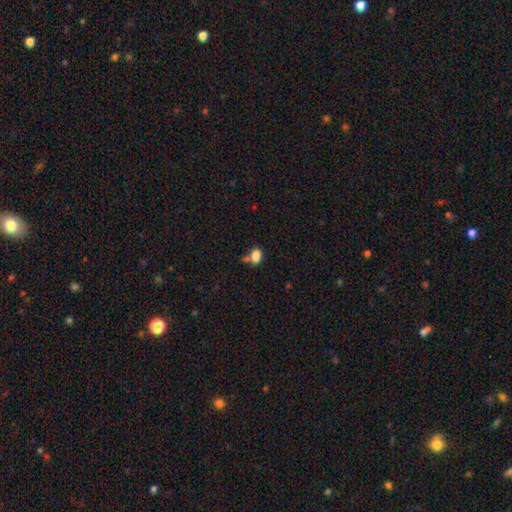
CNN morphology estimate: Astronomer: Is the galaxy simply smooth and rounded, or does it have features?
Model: smooth — 83%.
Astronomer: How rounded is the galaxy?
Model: in between — 78%.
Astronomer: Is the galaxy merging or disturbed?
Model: none — 46% (runner-up: merger, 31%).